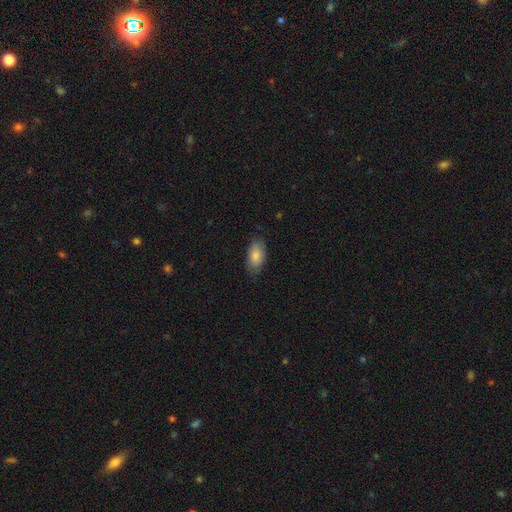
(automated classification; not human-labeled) A smooth galaxy with no disk features (82%) that is in between round and cigar-shaped (93%). Merging: none (77%).